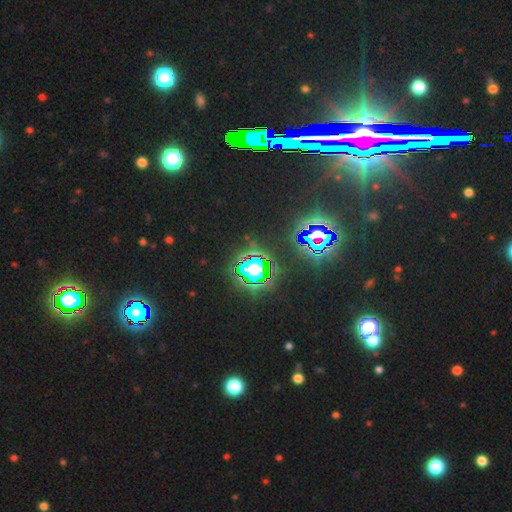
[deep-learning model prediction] Q: Smooth or featured?
A: star or artifact (84%); runner-up: smooth (8%)